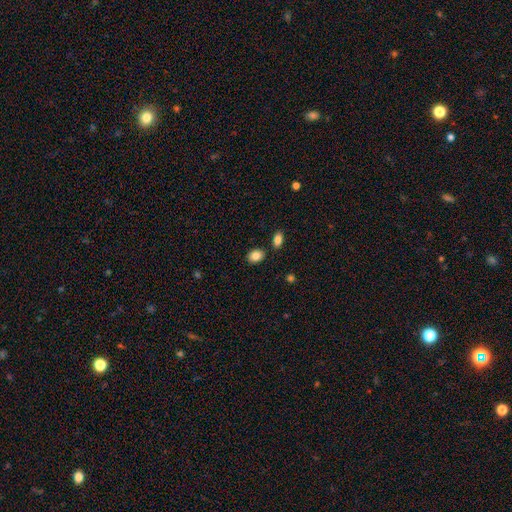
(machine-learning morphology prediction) smooth 86%, star or artifact 8%, featured or disk 6%. Down the decision tree: how rounded — in between (70%); merging — none (82%).